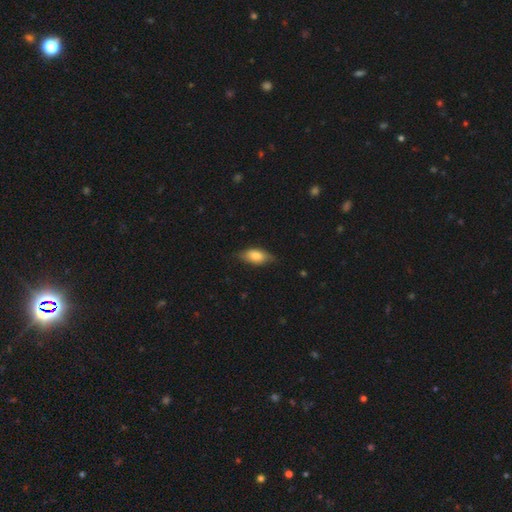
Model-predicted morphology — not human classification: This appears to be a smooth galaxy with no disk features (78%) that is in between round and cigar-shaped (87%). Merging: none (75%).